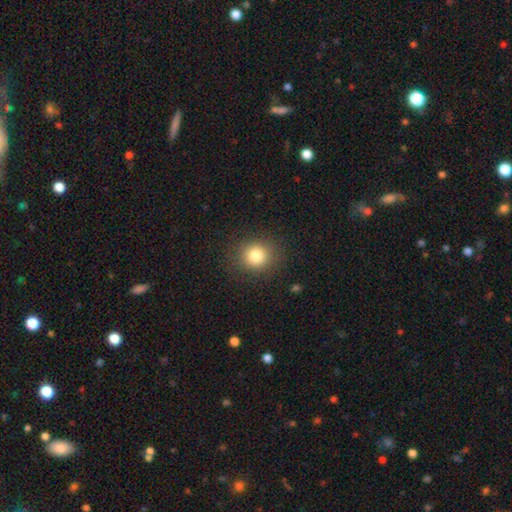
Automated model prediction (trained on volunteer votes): smooth 81%, star or artifact 12%, featured or disk 7%. Down the decision tree: how rounded — round (87%); merging — none (88%).